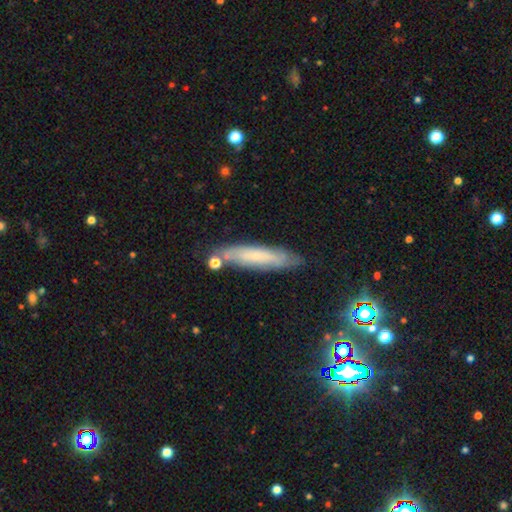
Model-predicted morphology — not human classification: The model was most divided on "smooth or featured": smooth: 55%, featured or disk: 36%, star or artifact: 10%. More confident: how rounded — cigar-shaped (82%); merging — none (78%).